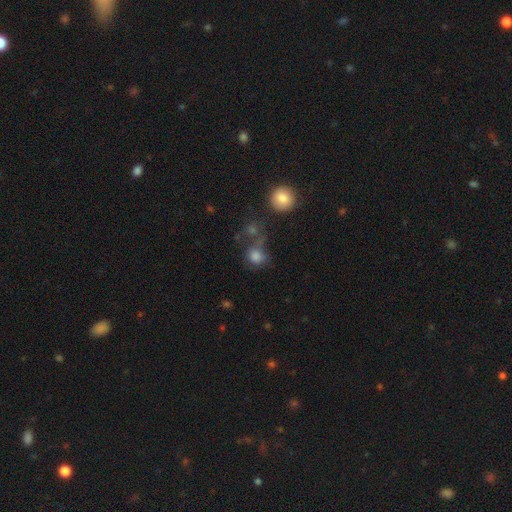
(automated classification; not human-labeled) A smooth galaxy with no disk features (74%) that is round (75%).

Vote fractions:
- Smooth or featured? smooth: 74% / star or artifact: 14% / featured or disk: 12%
- How rounded? round: 75% / in between: 24% / cigar-shaped: 1%
- Merging? none: 44% / merger: 21% / major disturbance: 18% / minor disturbance: 17%